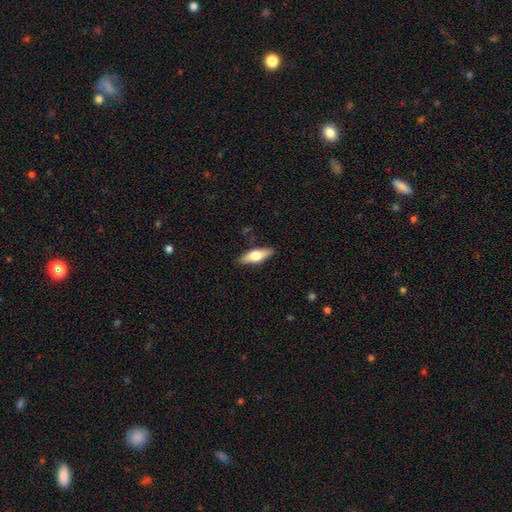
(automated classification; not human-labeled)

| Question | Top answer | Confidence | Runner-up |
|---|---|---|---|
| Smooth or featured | smooth | 57% | featured or disk (37%) |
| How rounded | in between | 60% | cigar-shaped (38%) |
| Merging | none | 87% | minor disturbance (10%) |